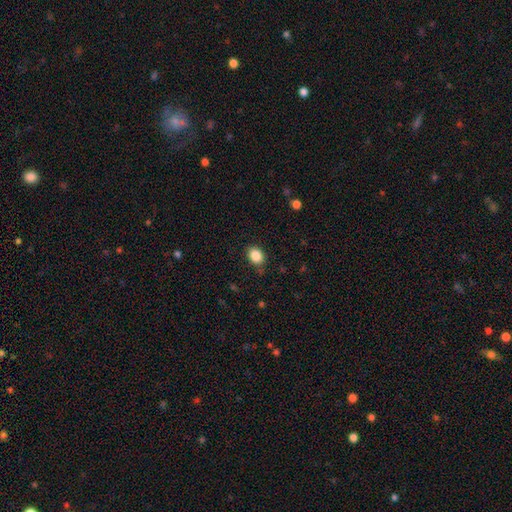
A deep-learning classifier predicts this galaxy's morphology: A smooth galaxy with no disk features (87%) that is in between round and cigar-shaped (65%).

Vote fractions:
- Smooth or featured? smooth: 87% / star or artifact: 9% / featured or disk: 4%
- How rounded? in between: 65% / round: 34% / cigar-shaped: 1%
- Merging? none: 83% / minor disturbance: 12% / major disturbance: 3% / merger: 1%